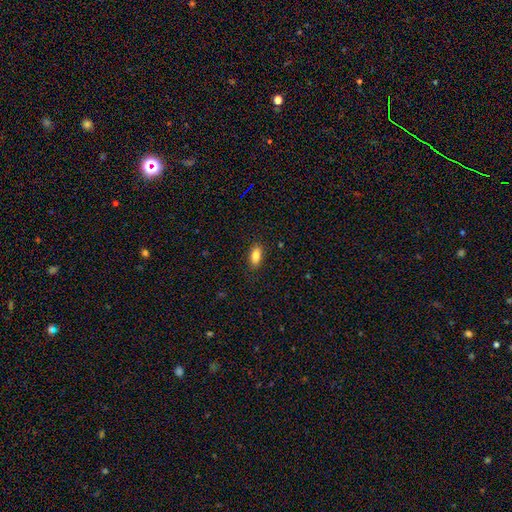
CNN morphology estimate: Smooth or featured?
  - smooth: 85% *
  - star or artifact: 8%
  - featured or disk: 7%
How rounded?
  - in between: 87% *
  - cigar-shaped: 9%
  - round: 4%
Merging?
  - none: 87% *
  - minor disturbance: 9%
  - major disturbance: 2%
  - merger: 1%